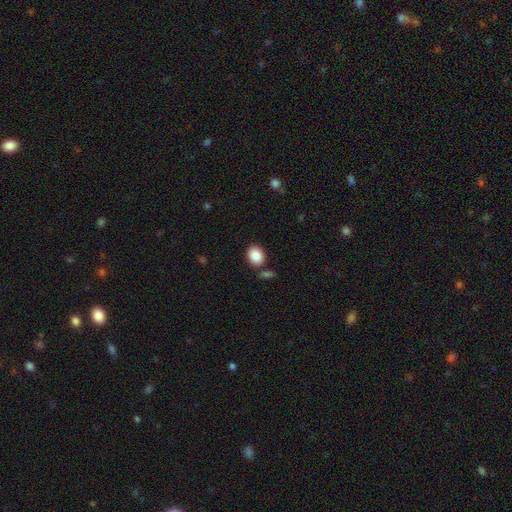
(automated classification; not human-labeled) Morphology: type=smooth (87%); roundness=in between (51%); merging=none (76%).